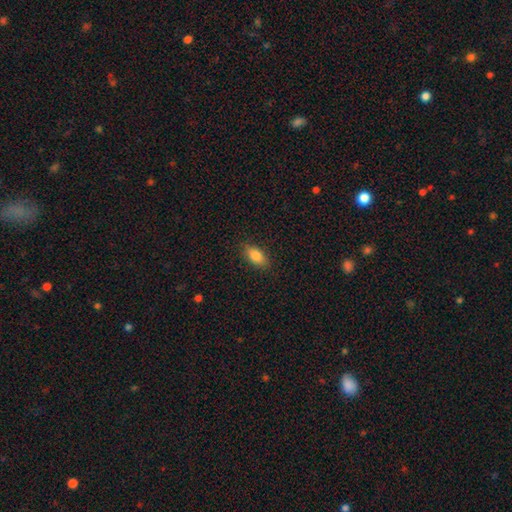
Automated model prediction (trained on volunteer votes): Smooth or featured: smooth — 84% (featured or disk — 8%)
How rounded: in between — 88% (cigar-shaped — 7%)
Merging: none — 86% (minor disturbance — 11%)